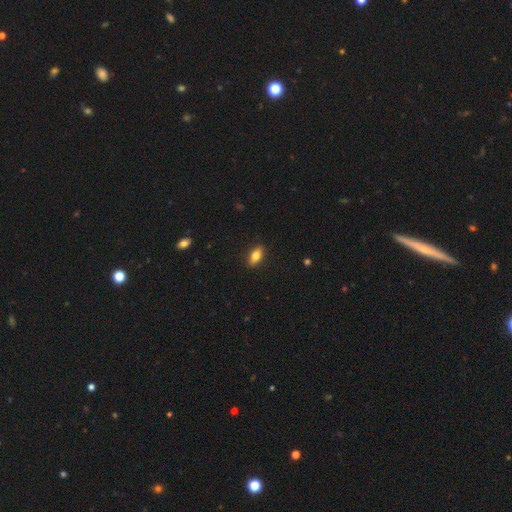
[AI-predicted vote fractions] Smooth or featured? Predicted: smooth (p=0.79). How rounded? Predicted: in between (p=0.86). Merging? Predicted: none (p=0.88).